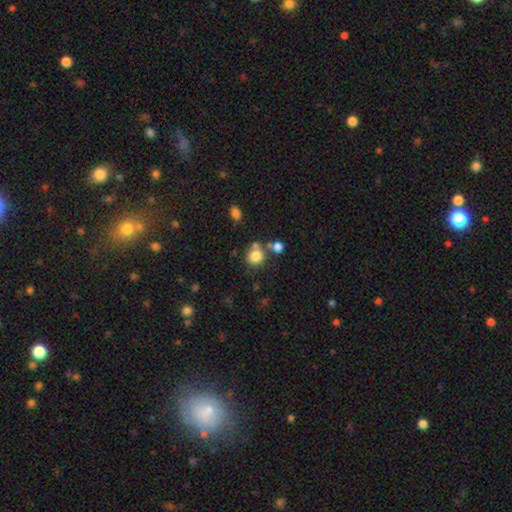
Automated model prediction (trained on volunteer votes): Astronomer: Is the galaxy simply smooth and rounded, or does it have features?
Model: smooth — 80%.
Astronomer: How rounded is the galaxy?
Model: round — 86%.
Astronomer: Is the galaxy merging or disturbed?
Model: none — 62%.